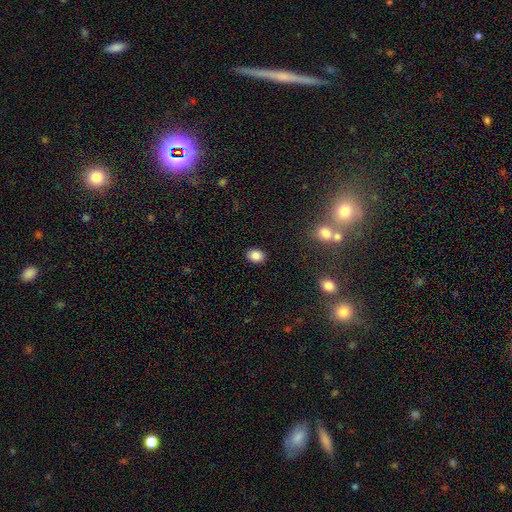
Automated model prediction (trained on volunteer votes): This is clearly a smooth galaxy (86%). How rounded: likely in between (63%). Merging: clearly none (89%).